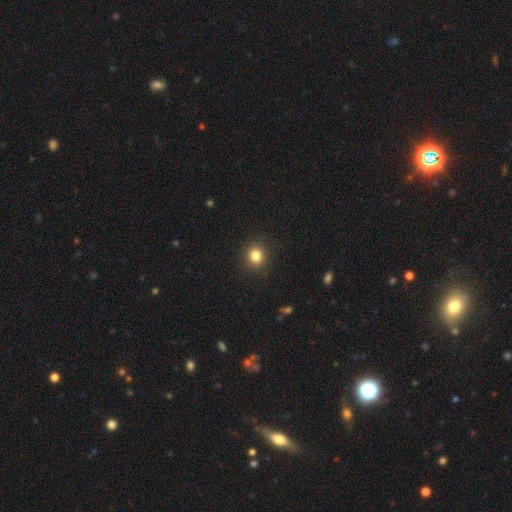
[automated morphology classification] Smooth or featured?
  - smooth: 83% *
  - star or artifact: 12%
  - featured or disk: 5%
How rounded?
  - round: 83% *
  - in between: 16%
  - cigar-shaped: 1%
Merging?
  - none: 90% *
  - minor disturbance: 6%
  - major disturbance: 2%
  - merger: 1%